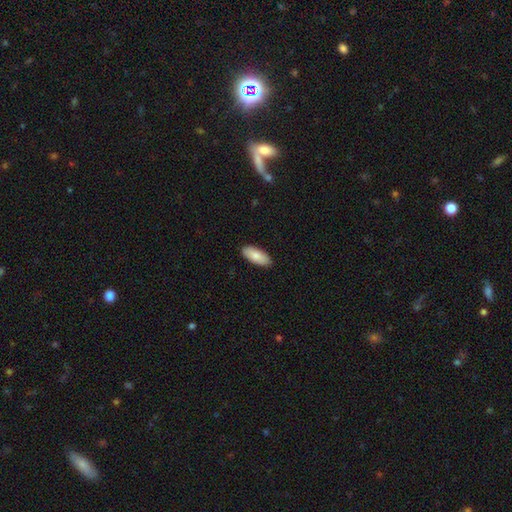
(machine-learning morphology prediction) This appears to be a smooth galaxy with no disk features (81%) that is in between round and cigar-shaped (88%). Merging: none (89%).